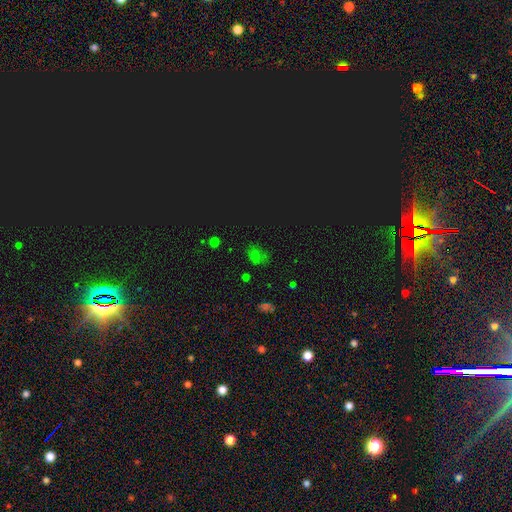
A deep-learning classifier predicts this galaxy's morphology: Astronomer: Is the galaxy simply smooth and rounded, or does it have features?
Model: smooth — 50% (runner-up: star or artifact, 42%).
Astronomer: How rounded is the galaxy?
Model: in between — 62%.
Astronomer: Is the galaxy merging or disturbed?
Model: none — 62%.